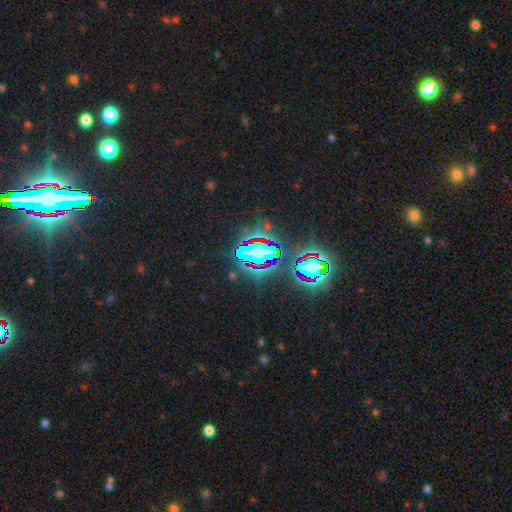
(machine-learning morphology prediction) A star or artifact, not a galaxy (83%).